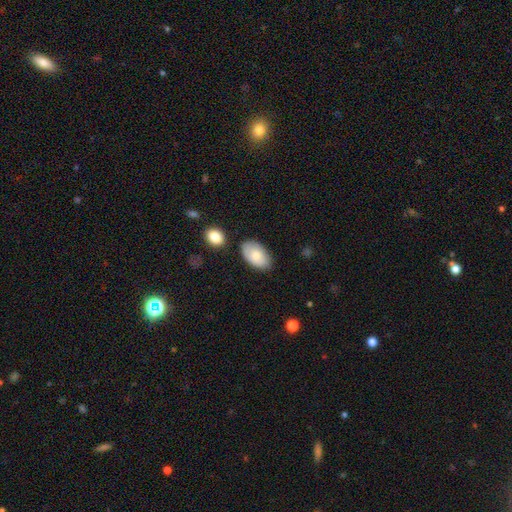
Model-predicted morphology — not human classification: Q: Smooth or featured?
A: smooth (77%); runner-up: featured or disk (17%)
Q: How rounded?
A: in between (94%); runner-up: round (5%)
Q: Merging?
A: none (76%); runner-up: minor disturbance (17%)